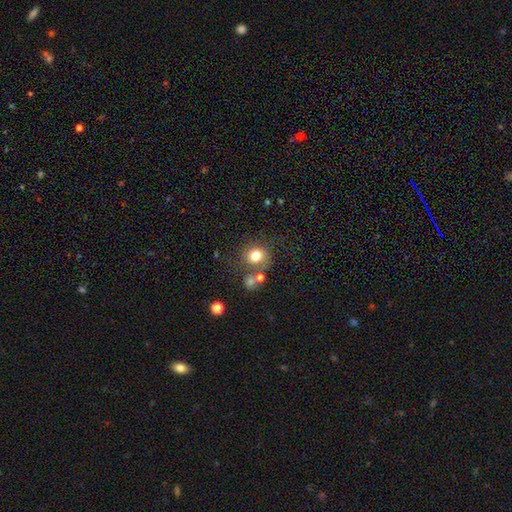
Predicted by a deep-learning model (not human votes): This appears to be a smooth galaxy with no disk features (78%) that is round (82%). Merging: none (67%).